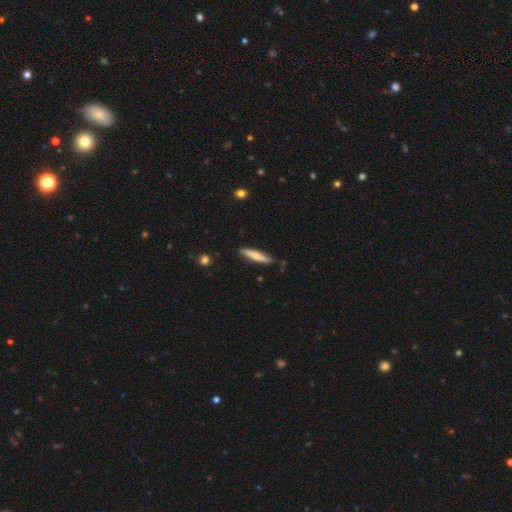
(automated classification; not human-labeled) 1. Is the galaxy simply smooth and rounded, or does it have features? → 72% smooth, 23% featured or disk, 5% star or artifact.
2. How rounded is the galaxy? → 85% cigar-shaped, 14% in between, 1% round.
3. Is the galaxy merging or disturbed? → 85% none, 11% minor disturbance, 2% major disturbance, 2% merger.